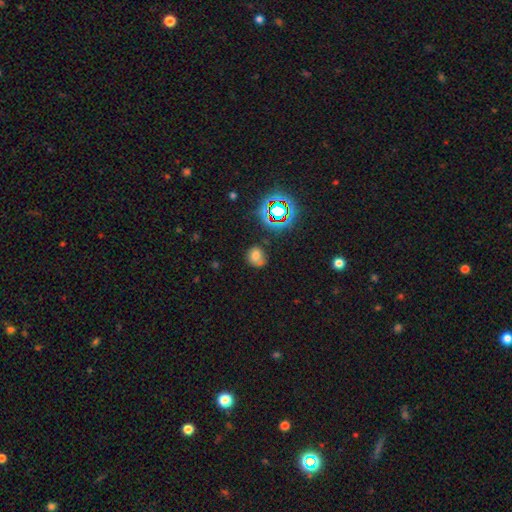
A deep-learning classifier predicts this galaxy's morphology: Smooth or featured: smooth — 67% (star or artifact — 21%)
How rounded: round — 65% (in between — 34%)
Merging: none — 63% (minor disturbance — 23%)